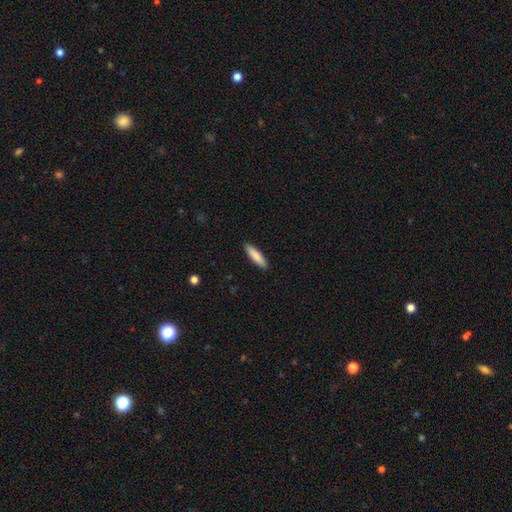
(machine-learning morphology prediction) The model was most divided on "how rounded": cigar-shaped: 73%, in between: 25%, round: 1%. More confident: merging — none (91%); smooth or featured — smooth (84%).